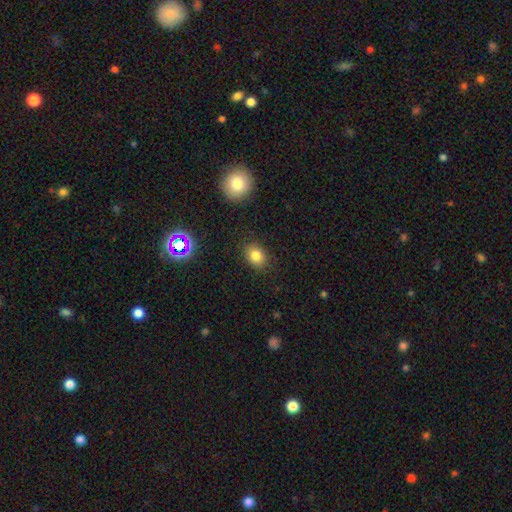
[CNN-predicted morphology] Q: Smooth or featured?
A: smooth (81%); runner-up: star or artifact (12%)
Q: How rounded?
A: in between (56%); runner-up: round (43%)
Q: Merging?
A: none (85%); runner-up: minor disturbance (10%)